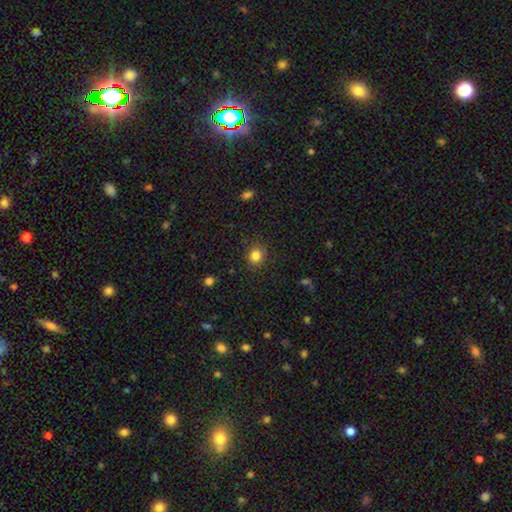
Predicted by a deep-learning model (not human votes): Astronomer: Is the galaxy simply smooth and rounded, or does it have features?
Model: smooth — 83%.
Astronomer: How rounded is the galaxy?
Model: round — 78%.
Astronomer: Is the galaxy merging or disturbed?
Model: none — 89%.